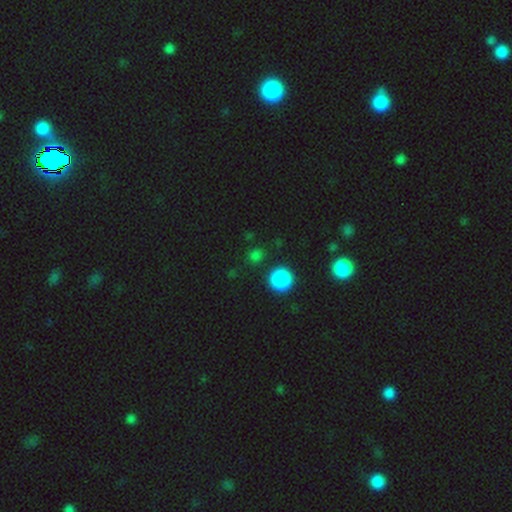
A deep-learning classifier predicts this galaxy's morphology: The model was most divided on "smooth or featured": smooth: 73%, star or artifact: 22%, featured or disk: 4%. More confident: how rounded — round (88%); merging — none (85%).